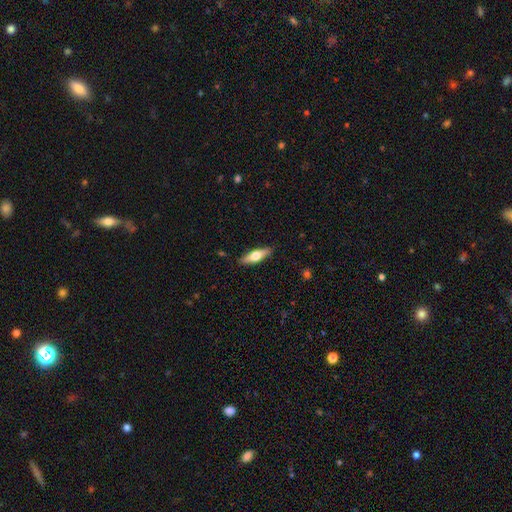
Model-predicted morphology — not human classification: Smooth or featured? smooth (53%)
How rounded? cigar-shaped (54%)
Merging? none (88%)